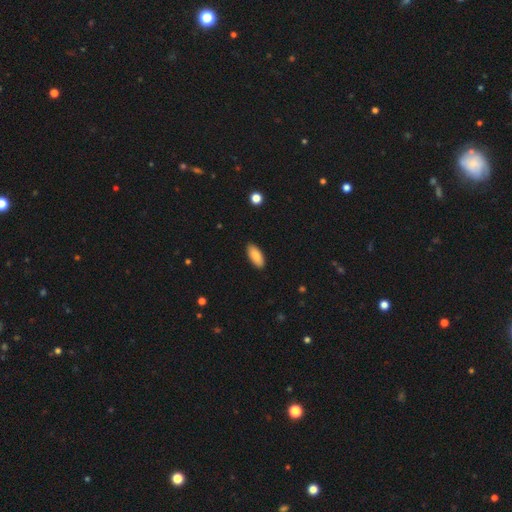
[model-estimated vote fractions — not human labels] Smooth or featured: smooth — 87% (featured or disk — 7%)
How rounded: in between — 86% (cigar-shaped — 12%)
Merging: none — 90% (minor disturbance — 8%)